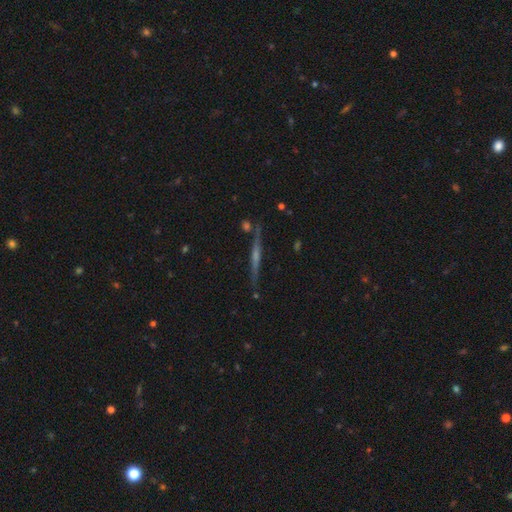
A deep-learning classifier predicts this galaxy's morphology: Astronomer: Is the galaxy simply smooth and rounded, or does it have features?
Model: featured or disk — 75%.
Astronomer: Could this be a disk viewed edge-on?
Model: yes — 98%.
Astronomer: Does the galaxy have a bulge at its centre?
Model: rounded — 57%.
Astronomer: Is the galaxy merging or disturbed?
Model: none — 86%.